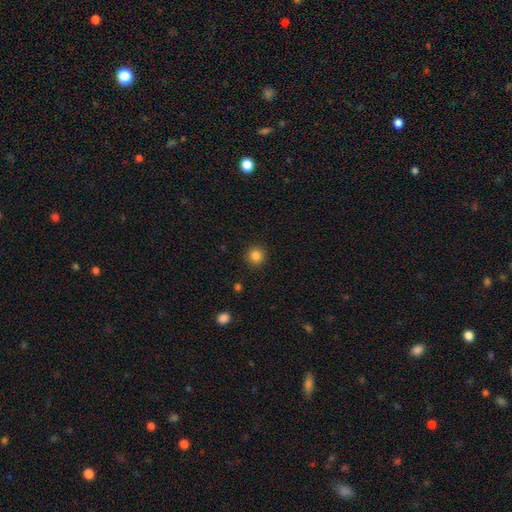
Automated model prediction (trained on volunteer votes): Smooth or featured? Predicted: smooth (p=0.85). How rounded? Predicted: round (p=0.93). Merging? Predicted: none (p=0.91).